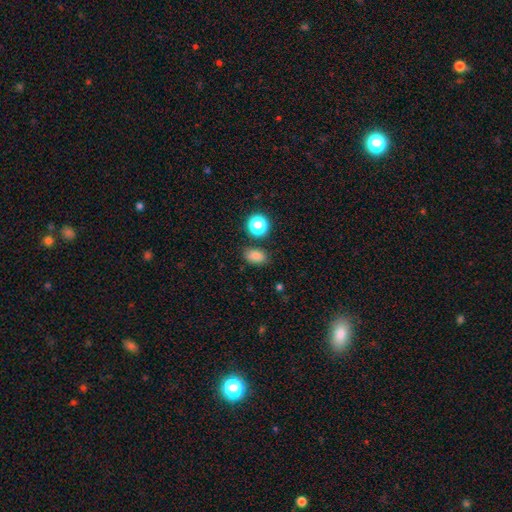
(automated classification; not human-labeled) Q: Smooth or featured?
A: smooth (80%); runner-up: star or artifact (14%)
Q: How rounded?
A: in between (77%); runner-up: round (21%)
Q: Merging?
A: none (80%); runner-up: minor disturbance (12%)